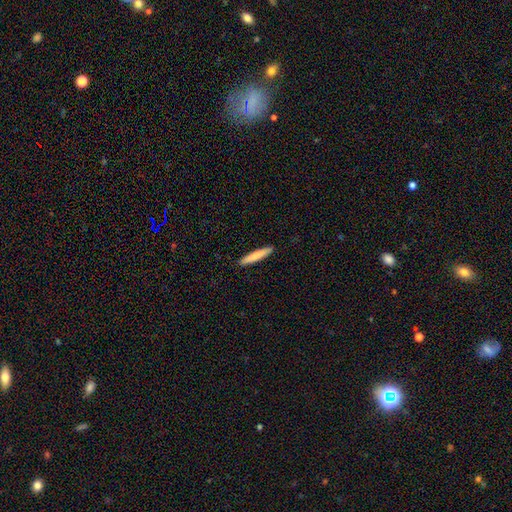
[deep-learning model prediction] Smooth or featured? Predicted: smooth (p=0.79). How rounded? Predicted: cigar-shaped (p=0.93). Merging? Predicted: none (p=0.91).